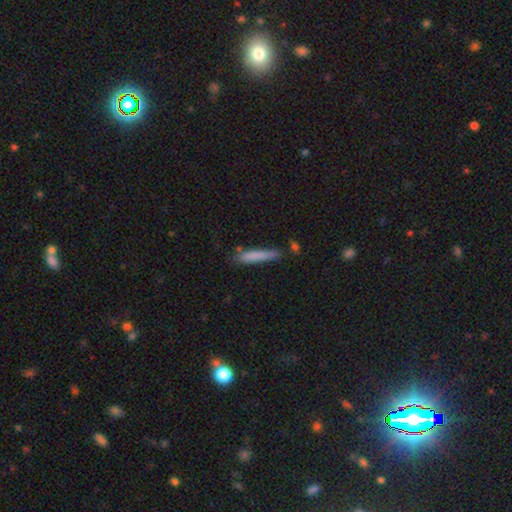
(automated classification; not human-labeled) A smooth galaxy with no disk features (78%) that is cigar-shaped (92%). Merging: none (73%).